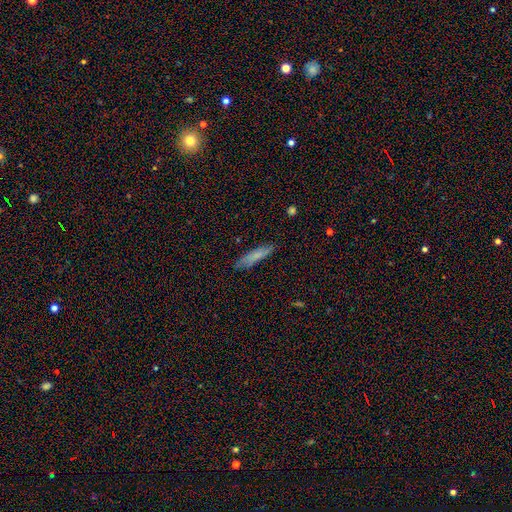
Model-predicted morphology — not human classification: Smooth or featured? Predicted: smooth (p=0.74). How rounded? Predicted: cigar-shaped (p=0.80). Merging? Predicted: none (p=0.83).